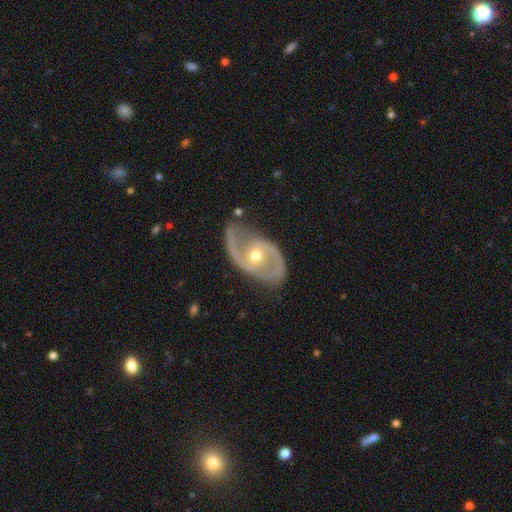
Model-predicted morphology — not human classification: Overall: featured or disk (89%). Edge-on disk: no (96%). Bar: no (50%; weak 36%). Spiral arms: yes (95%). Spiral arm count: 2 (88%). Spiral winding: medium (52%; tight 28%). Bulge size: moderate (67%; small 28%). Merging: none (71%).